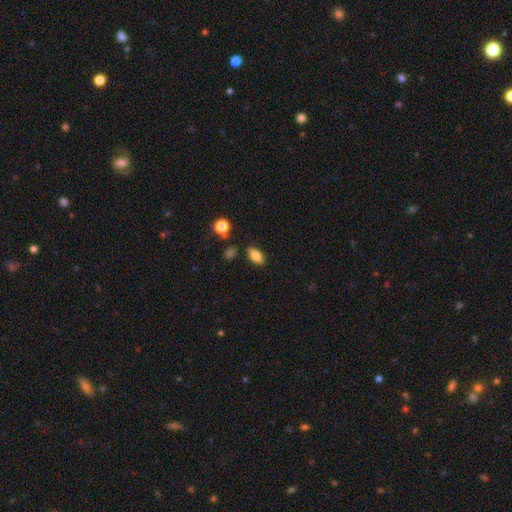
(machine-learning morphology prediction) smooth 82%, star or artifact 9%, featured or disk 8%. Down the decision tree: how rounded — in between (89%); merging — none (82%).